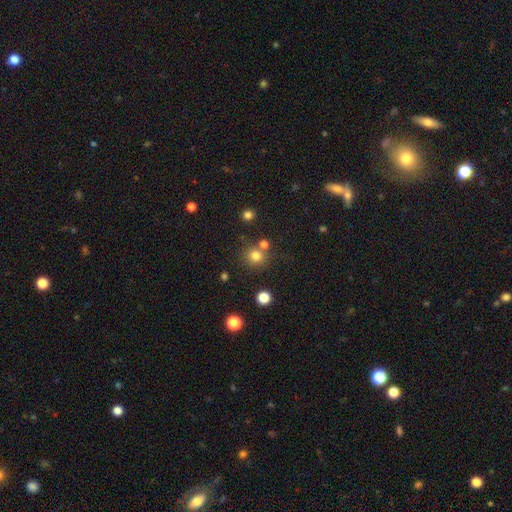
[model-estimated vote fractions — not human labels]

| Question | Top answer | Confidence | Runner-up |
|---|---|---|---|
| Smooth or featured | smooth | 77% | star or artifact (16%) |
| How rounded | round | 92% | in between (7%) |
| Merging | none | 73% | merger (16%) |